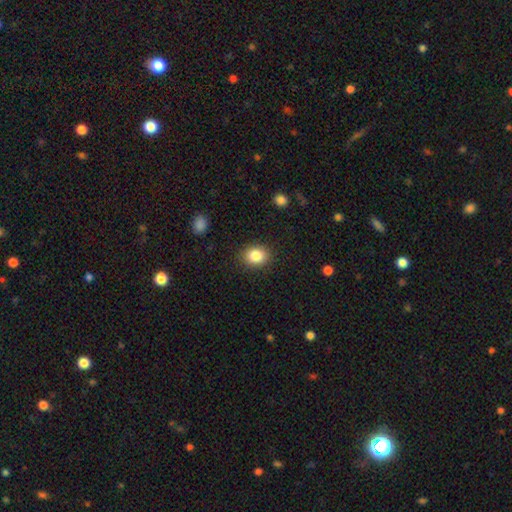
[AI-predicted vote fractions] This is clearly a smooth galaxy (85%). How rounded: possibly round (53%). Merging: clearly none (88%).